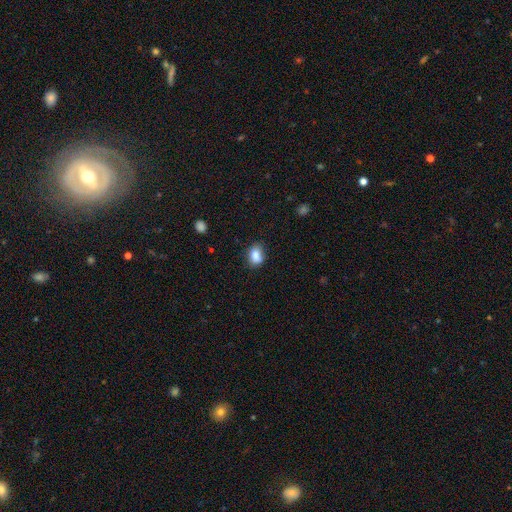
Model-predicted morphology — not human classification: Q: Smooth or featured?
A: smooth (85%); runner-up: star or artifact (9%)
Q: How rounded?
A: in between (72%); runner-up: round (27%)
Q: Merging?
A: none (70%); runner-up: minor disturbance (23%)